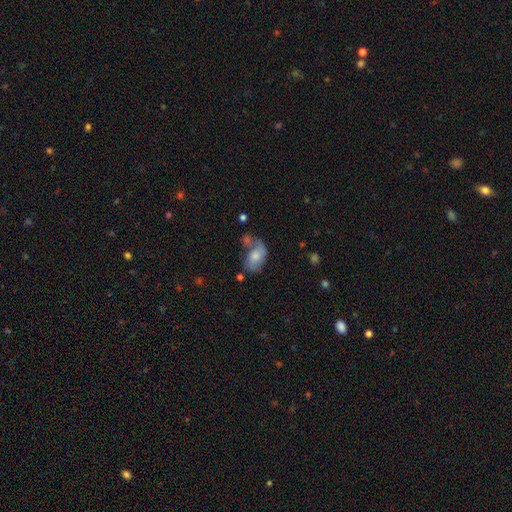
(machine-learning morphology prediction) Smooth or featured: smooth — 54% (featured or disk — 38%)
How rounded: in between — 85% (round — 13%)
Merging: none — 31% (minor disturbance — 24%)